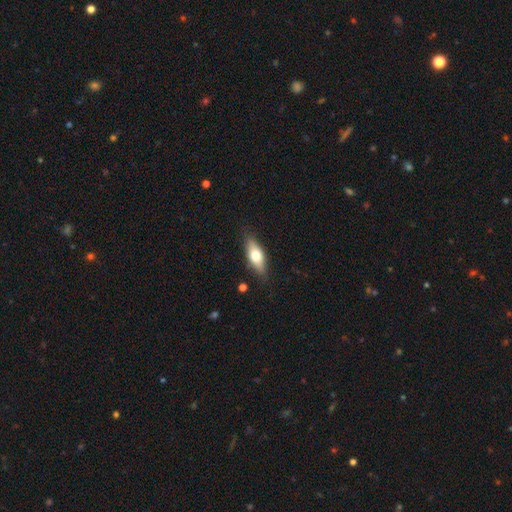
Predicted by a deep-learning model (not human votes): Smooth or featured: smooth — 64% (featured or disk — 30%)
How rounded: in between — 70% (cigar-shaped — 27%)
Merging: none — 83% (minor disturbance — 13%)